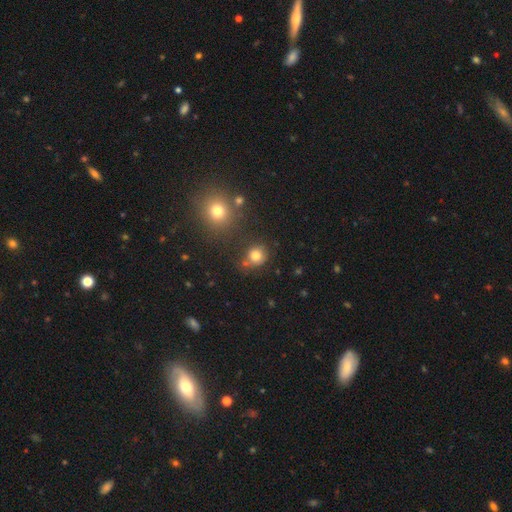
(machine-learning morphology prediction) smooth-or-featured: smooth: 79% | star or artifact: 14% | featured or disk: 7%
  how-rounded: round: 85% | in between: 14% | cigar-shaped: 1%
  merging: none: 72% | minor disturbance: 13% | merger: 10% | major disturbance: 5%